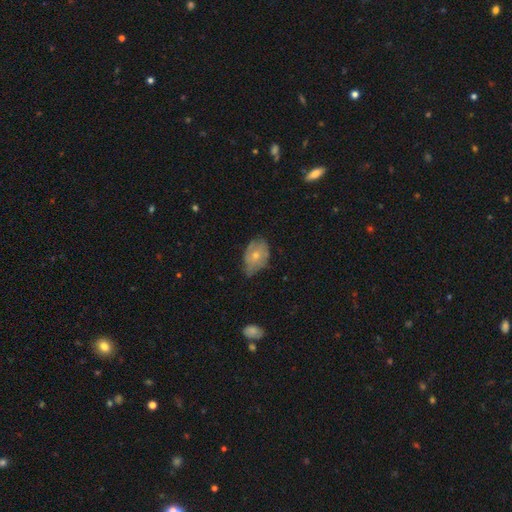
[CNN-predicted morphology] A smooth galaxy with no disk features (55%) that is in between round and cigar-shaped (80%).

Vote fractions:
- Smooth or featured? smooth: 55% / featured or disk: 38% / star or artifact: 7%
- How rounded? in between: 80% / round: 18% / cigar-shaped: 1%
- Merging? none: 48% / minor disturbance: 39% / major disturbance: 11% / merger: 2%